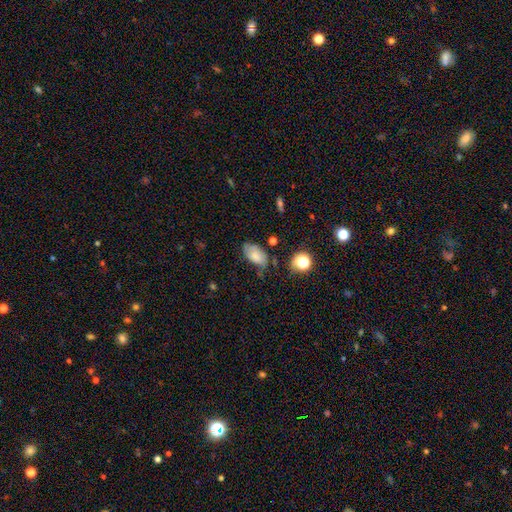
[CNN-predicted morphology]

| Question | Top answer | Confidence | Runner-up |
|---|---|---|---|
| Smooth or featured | smooth | 68% | featured or disk (21%) |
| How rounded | in between | 92% | round (6%) |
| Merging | none | 52% | minor disturbance (32%) |